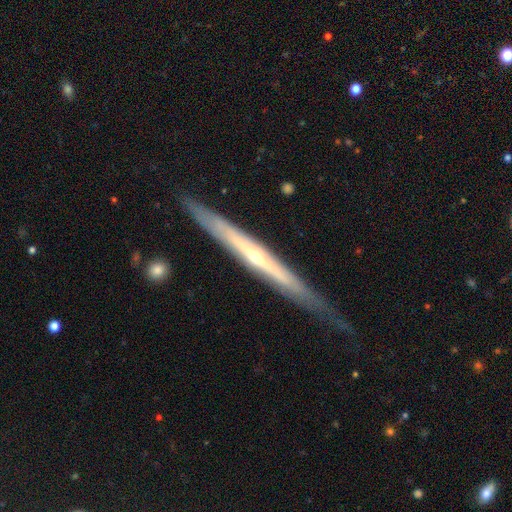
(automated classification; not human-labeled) This is likely a featured or disk galaxy (76%). It is clearly viewed edge-on (91%). Edge-on bulge: likely rounded (65%). Merging: likely none (75%).